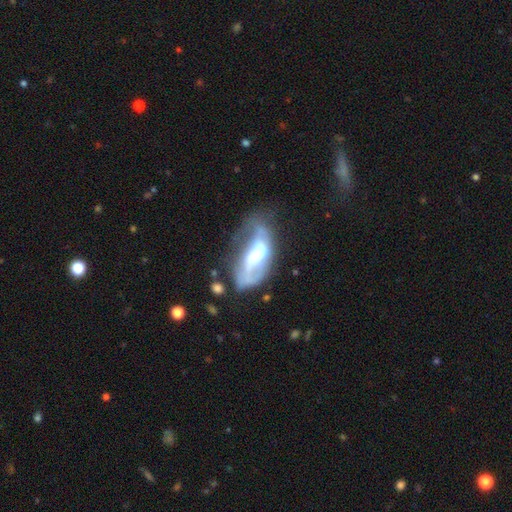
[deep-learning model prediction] A featured or disk galaxy (73%) with a weak bar (40%), 2 (70%) loose (54%) spiral arms (75%) and a moderate central bulge (51%). Merging: none (35%).